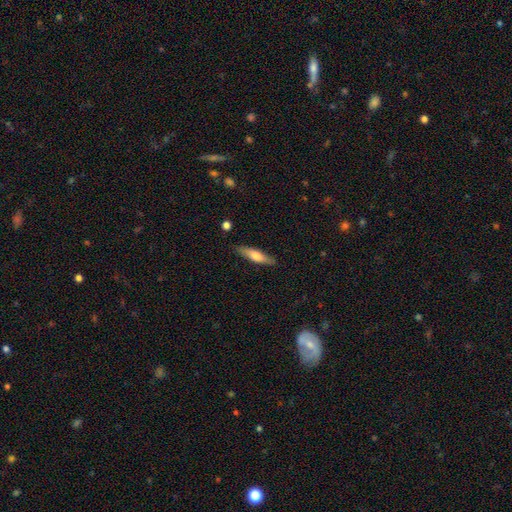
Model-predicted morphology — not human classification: The model was most divided on "smooth or featured": smooth: 65%, featured or disk: 29%, star or artifact: 6%. More confident: merging — none (86%); how rounded — cigar-shaped (74%).